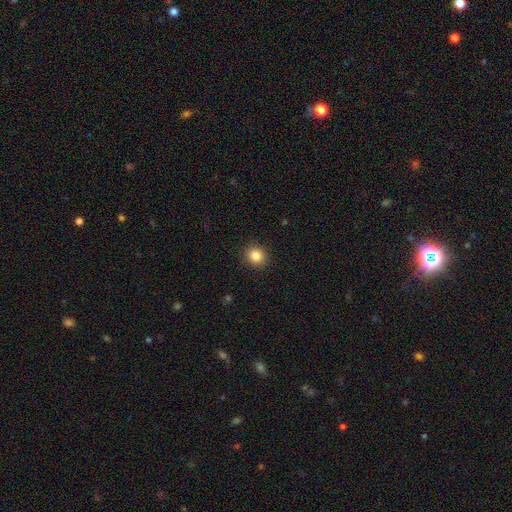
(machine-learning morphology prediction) The model was most divided on "how rounded": round: 84%, in between: 15%, cigar-shaped: 1%. More confident: merging — none (91%); smooth or featured — smooth (85%).